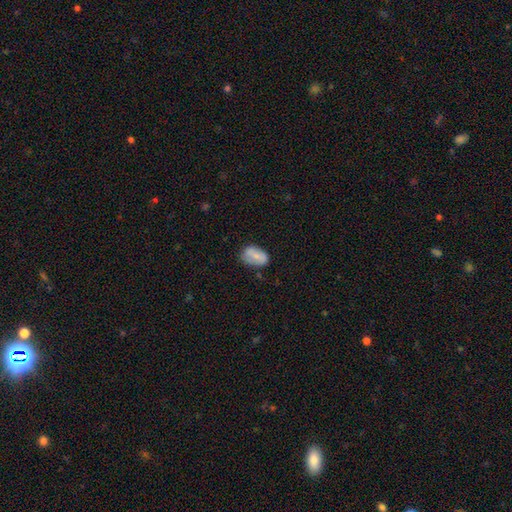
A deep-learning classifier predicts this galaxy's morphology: type=smooth (69%); roundness=in between (87%); merging=none (66%).